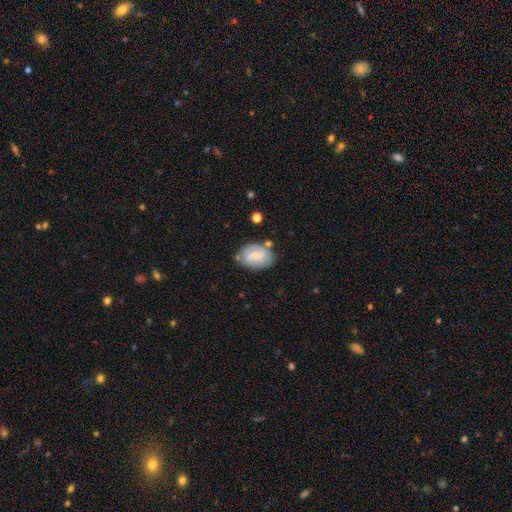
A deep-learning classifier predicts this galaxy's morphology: This is possibly a smooth galaxy (53%). How rounded: clearly in between (85%). Merging: likely none (66%).